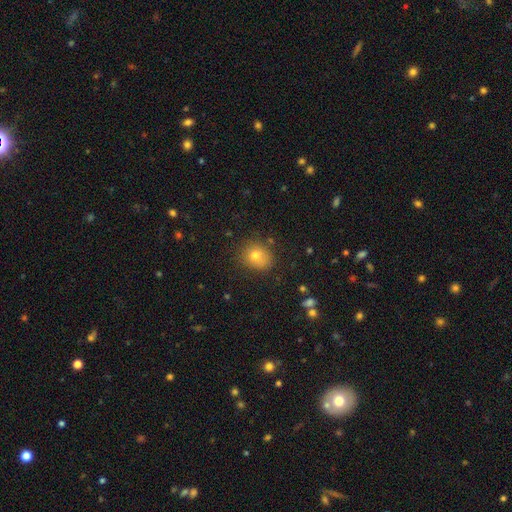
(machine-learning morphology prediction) smooth 75%, star or artifact 15%, featured or disk 10%. Down the decision tree: how rounded — round (73%); merging — none (80%).